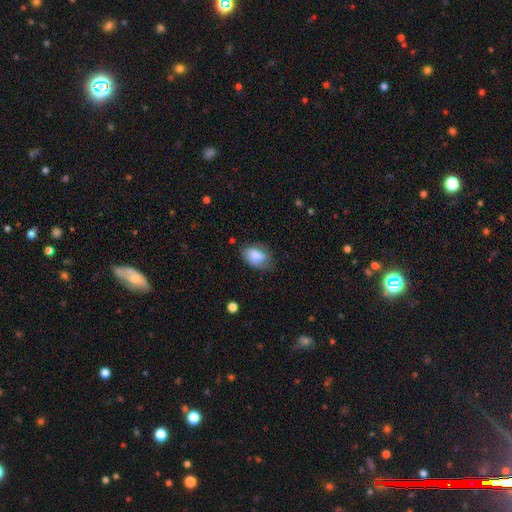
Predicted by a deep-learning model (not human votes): A smooth galaxy with no disk features (84%) that is in between round and cigar-shaped (87%). Merging: none (62%).